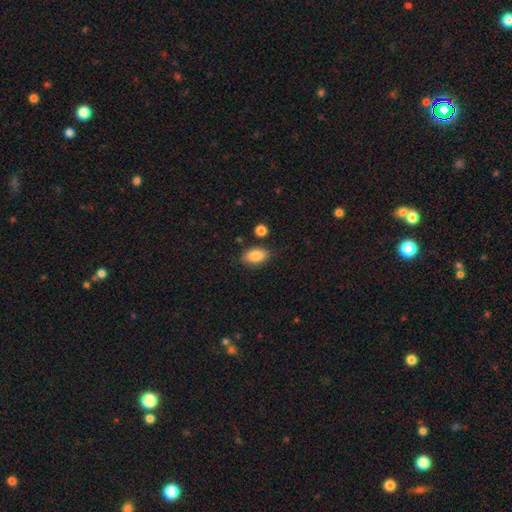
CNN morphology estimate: This appears to be a smooth galaxy with no disk features (87%) that is in between round and cigar-shaped (91%). Merging: none (82%).